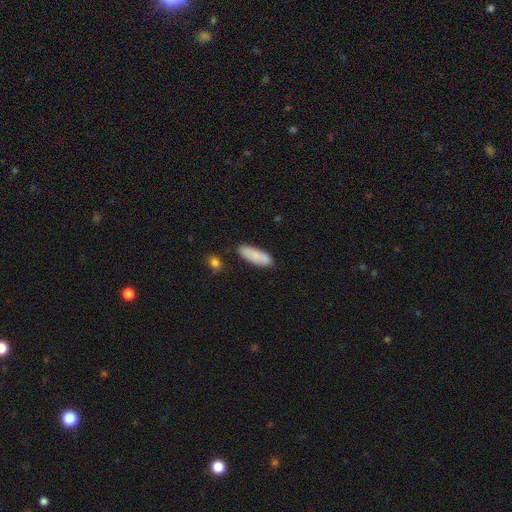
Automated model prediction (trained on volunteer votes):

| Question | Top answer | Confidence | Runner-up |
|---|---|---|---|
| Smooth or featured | smooth | 85% | featured or disk (9%) |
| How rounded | in between | 63% | cigar-shaped (35%) |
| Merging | none | 82% | minor disturbance (13%) |